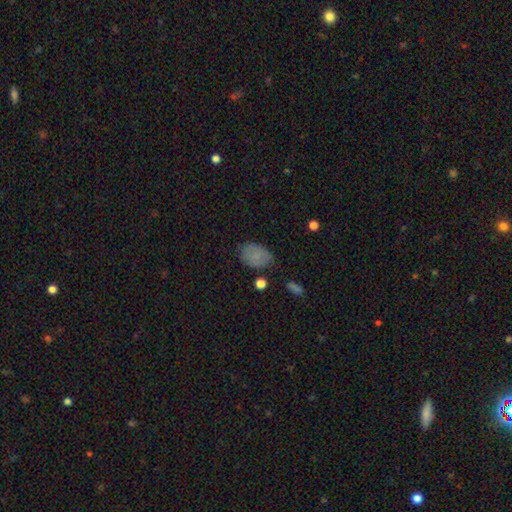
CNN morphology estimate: smooth-or-featured: smooth: 77% | featured or disk: 12% | star or artifact: 11%
  how-rounded: in between: 84% | round: 15% | cigar-shaped: 1%
  merging: none: 70% | minor disturbance: 21% | major disturbance: 6% | merger: 3%